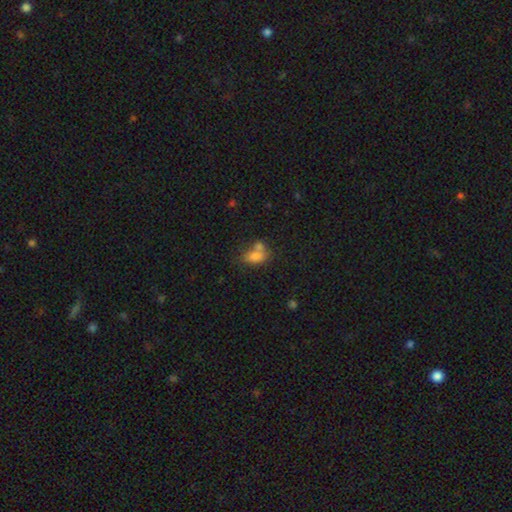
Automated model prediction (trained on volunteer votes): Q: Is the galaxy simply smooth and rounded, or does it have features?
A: smooth — 76%.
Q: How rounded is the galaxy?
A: in between — 82%.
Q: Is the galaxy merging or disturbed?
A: merger — 40%.